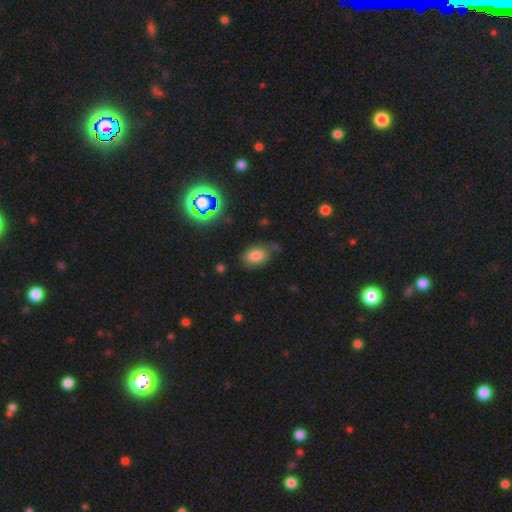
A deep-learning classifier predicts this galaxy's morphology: A smooth galaxy with no disk features (75%) that is in between round and cigar-shaped (85%). Merging: none (59%).